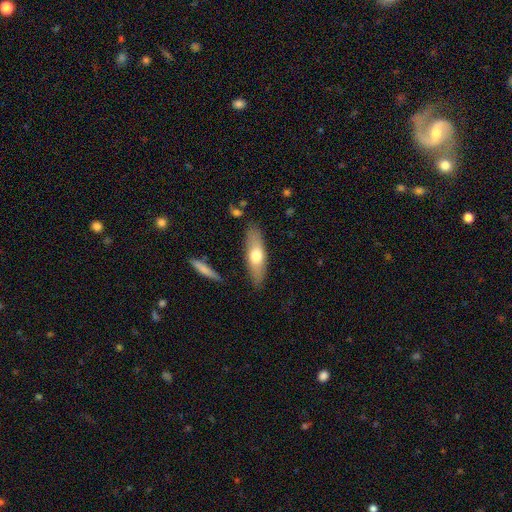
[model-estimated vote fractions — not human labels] Morphology: type=smooth (60%); roundness=cigar-shaped (51%); merging=none (84%).